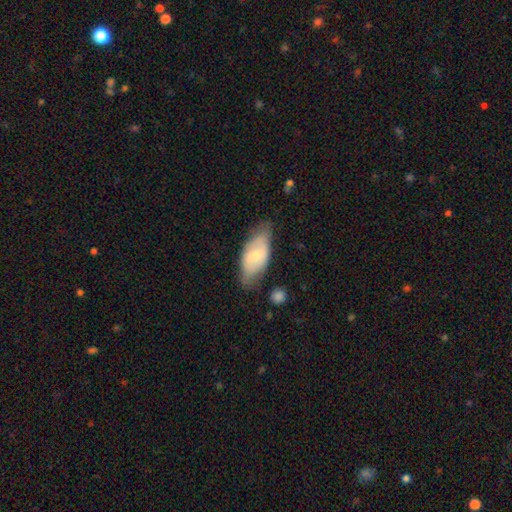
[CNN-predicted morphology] A smooth galaxy with no disk features (49%). Merging: none (61%).